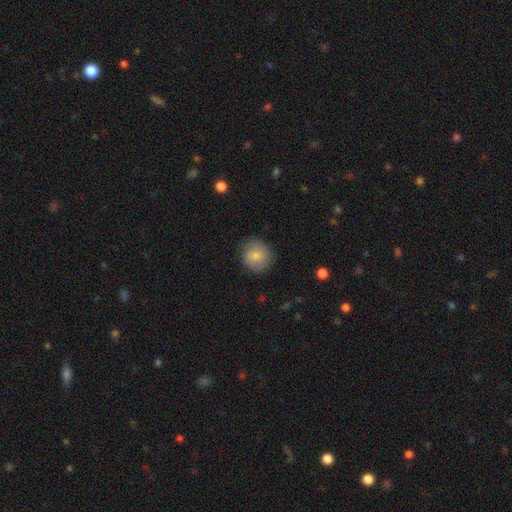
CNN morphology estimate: smooth-or-featured: smooth: 76% | featured or disk: 17% | star or artifact: 7%
  how-rounded: round: 87% | in between: 12% | cigar-shaped: 1%
  merging: none: 83% | minor disturbance: 13% | major disturbance: 4% | merger: 1%